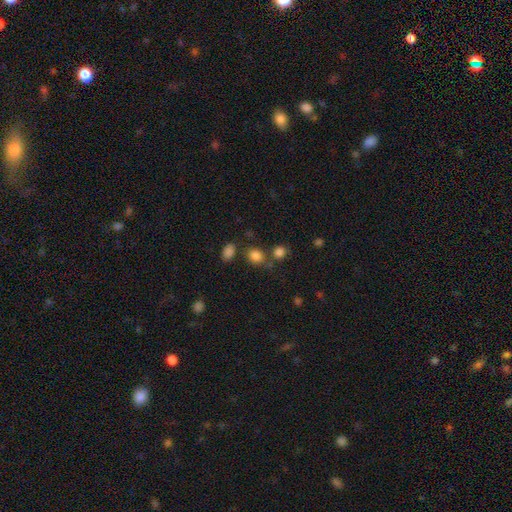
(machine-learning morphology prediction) smooth 82%, star or artifact 13%, featured or disk 5%. Down the decision tree: how rounded — round (66%); merging — none (68%).